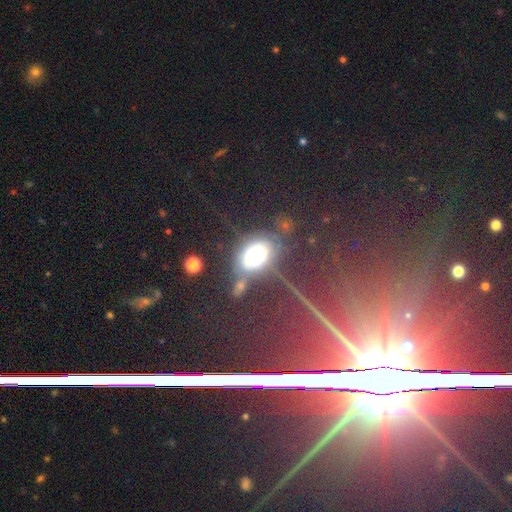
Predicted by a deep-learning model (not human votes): A smooth galaxy with no disk features (51%) that is in between round and cigar-shaped (76%). Merging: none (46%).